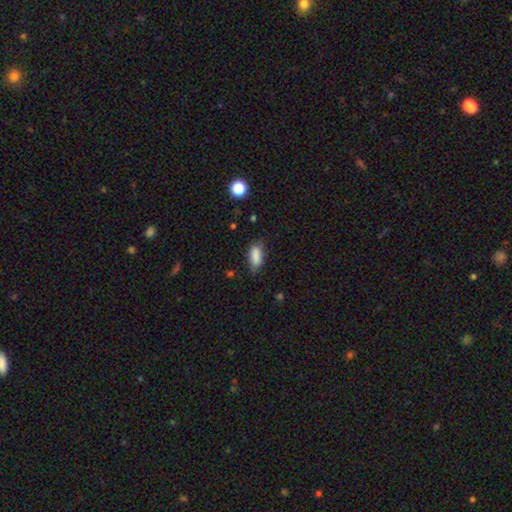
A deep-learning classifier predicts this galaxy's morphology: A smooth galaxy with no disk features (85%) that is in between round and cigar-shaped (82%). Merging: none (64%).